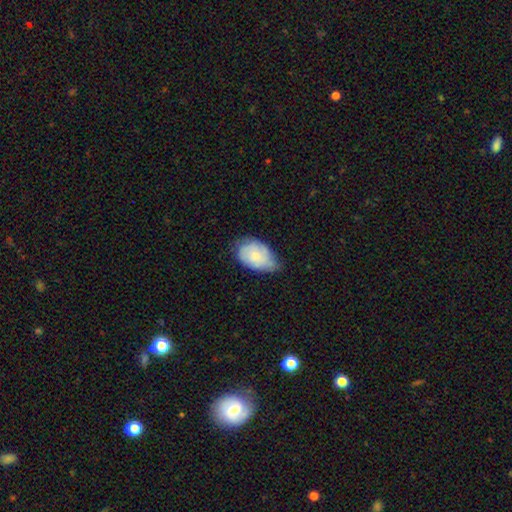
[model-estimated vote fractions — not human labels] Smooth or featured?
  - smooth: 62% *
  - featured or disk: 31%
  - star or artifact: 7%
How rounded?
  - in between: 88% *
  - round: 10%
  - cigar-shaped: 1%
Merging?
  - none: 48% *
  - minor disturbance: 41%
  - major disturbance: 9%
  - merger: 2%